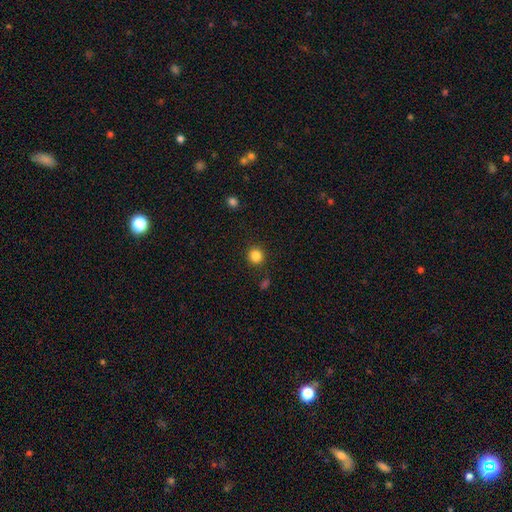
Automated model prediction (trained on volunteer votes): smooth_or_featured: smooth (p=0.85) [alt: star or artifact p=0.11]
how_rounded: round (p=0.93) [alt: in between p=0.06]
merging: none (p=0.90) [alt: minor disturbance p=0.06]